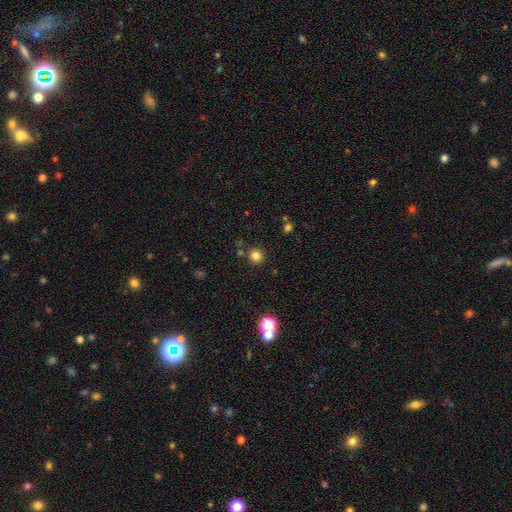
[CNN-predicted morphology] This appears to be a smooth galaxy with no disk features (80%) that is round (93%). Merging: none (85%).